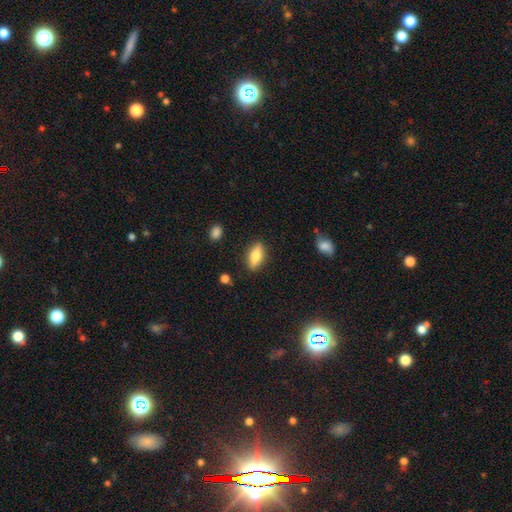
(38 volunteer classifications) A smooth galaxy with no disk features (58%) that is cigar-shaped (55%).

Vote fractions:
- Smooth or featured? smooth: 58% / featured or disk: 42% / star or artifact: 0%
- How rounded? cigar-shaped: 55% / in between: 45% / round: 0%
- Merging? none: 89% / minor disturbance: 8% / major disturbance: 3% / merger: 0%